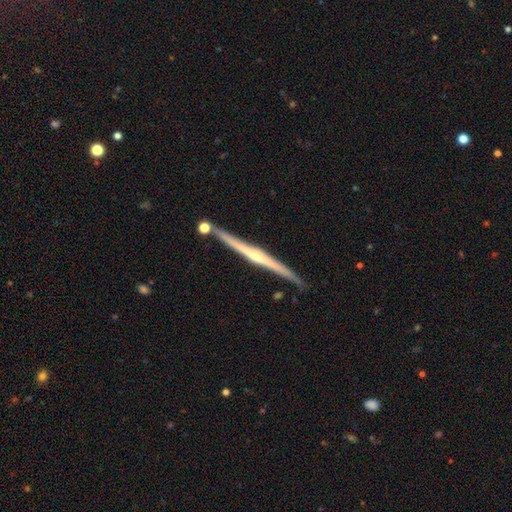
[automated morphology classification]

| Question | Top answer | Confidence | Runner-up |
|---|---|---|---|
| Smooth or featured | featured or disk | 78% | smooth (17%) |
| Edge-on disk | yes | 98% | no (2%) |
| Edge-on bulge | rounded | 58% | none (35%) |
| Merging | none | 83% | minor disturbance (11%) |